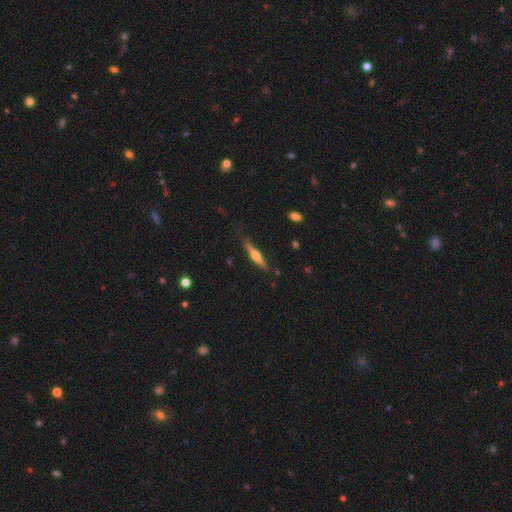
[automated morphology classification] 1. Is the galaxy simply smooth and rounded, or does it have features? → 60% featured or disk, 34% smooth, 6% star or artifact.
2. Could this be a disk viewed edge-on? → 96% yes, 4% no.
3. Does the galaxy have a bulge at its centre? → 90% rounded, 5% boxy, 5% none.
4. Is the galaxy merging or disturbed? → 82% none, 13% minor disturbance, 3% major disturbance, 2% merger.